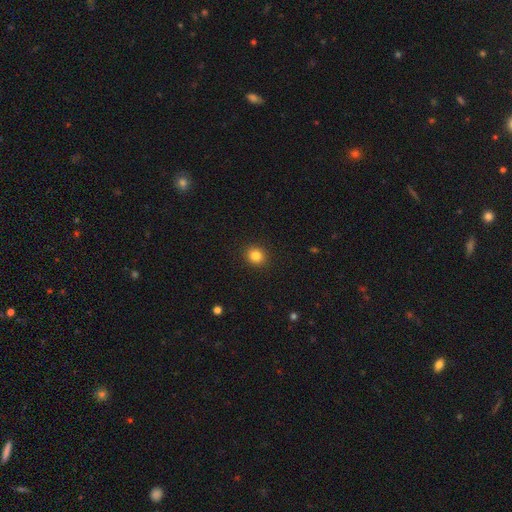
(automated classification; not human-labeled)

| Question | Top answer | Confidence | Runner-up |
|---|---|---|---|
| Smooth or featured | smooth | 83% | star or artifact (11%) |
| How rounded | round | 79% | in between (20%) |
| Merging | none | 92% | minor disturbance (5%) |